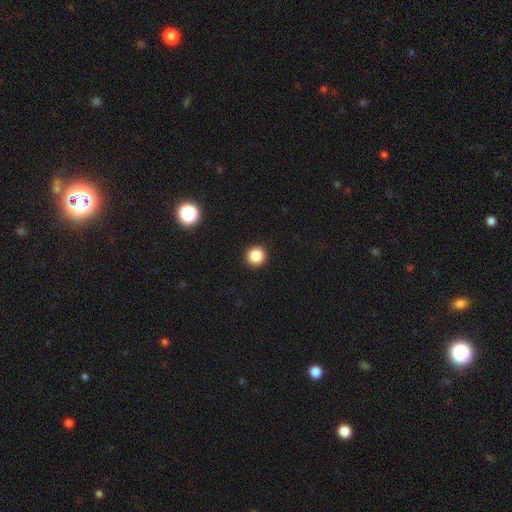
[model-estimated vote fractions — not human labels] This is clearly a smooth galaxy (86%). How rounded: clearly round (94%). Merging: clearly none (92%).